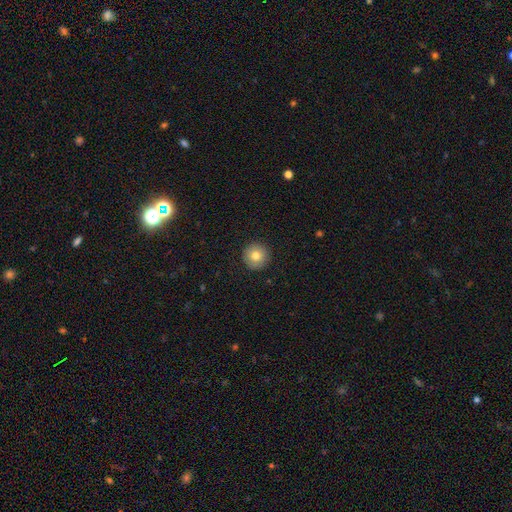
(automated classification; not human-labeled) Overall: smooth (79%). How rounded: round (96%). Merging: none (92%).